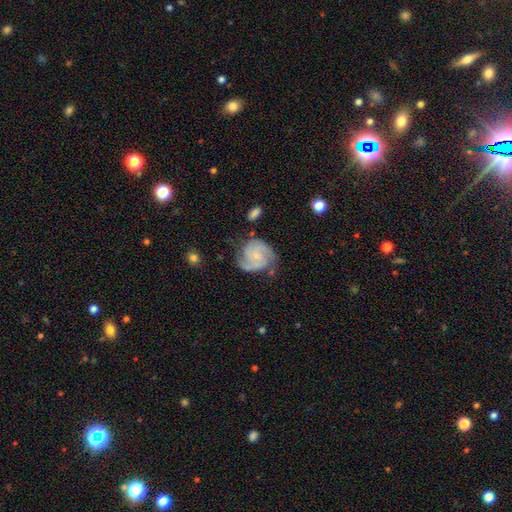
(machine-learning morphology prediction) smooth_or_featured: featured or disk (p=0.87) [alt: smooth p=0.08]
disk_edge_on: no (p=0.98) [alt: yes p=0.02]
bar: no (p=0.61) [alt: weak p=0.33]
has_spiral_arms: yes (p=0.98) [alt: no p=0.02]
spiral_winding: tight (p=0.48) [alt: medium p=0.44]
spiral_arm_count: 2 (p=0.67) [alt: 3 p=0.19]
bulge_size: small (p=0.65) [alt: none p=0.17]
merging: none (p=0.69) [alt: minor disturbance p=0.20]